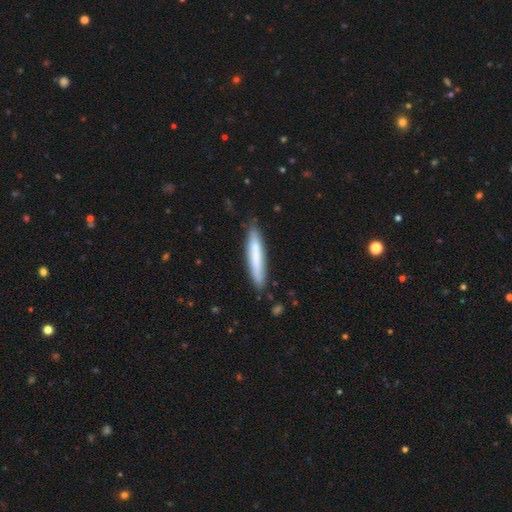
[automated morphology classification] Smooth or featured?
  - smooth: 71% *
  - featured or disk: 24%
  - star or artifact: 6%
How rounded?
  - cigar-shaped: 91% *
  - in between: 8%
  - round: 1%
Merging?
  - none: 83% *
  - minor disturbance: 13%
  - major disturbance: 2%
  - merger: 2%